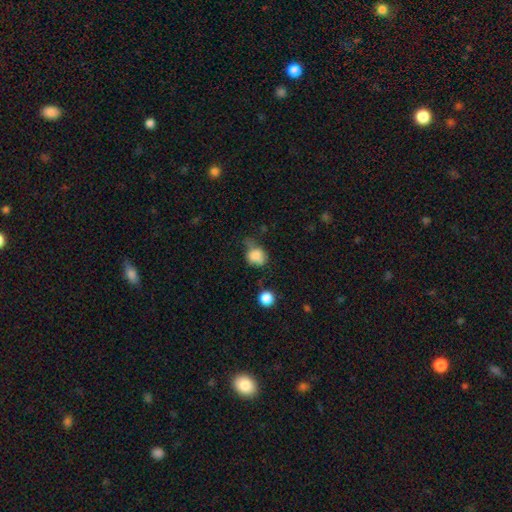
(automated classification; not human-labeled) Morphology: type=smooth (80%); roundness=round (63%); merging=none (38%).